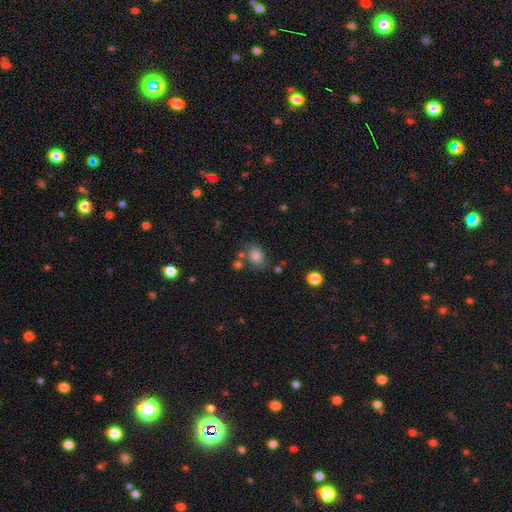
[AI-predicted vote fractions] This appears to be a smooth galaxy with no disk features (79%) that is in between round and cigar-shaped (69%). Merging: none (59%).